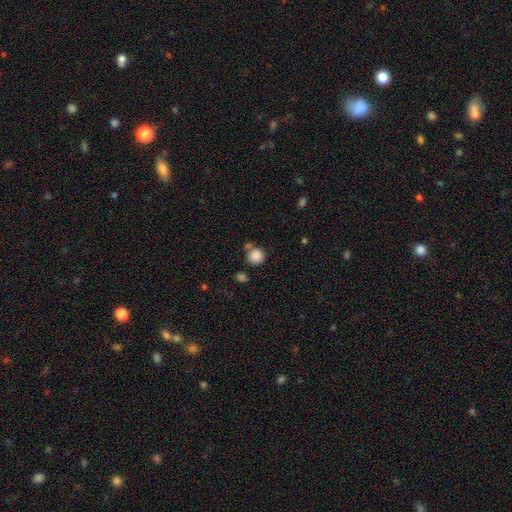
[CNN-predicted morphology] The model was most divided on "merging": none: 63%, merger: 19%, minor disturbance: 13%, major disturbance: 5%. More confident: how rounded — round (90%); smooth or featured — smooth (87%).